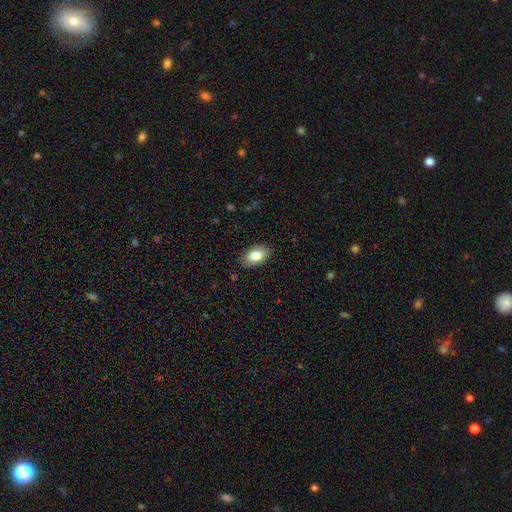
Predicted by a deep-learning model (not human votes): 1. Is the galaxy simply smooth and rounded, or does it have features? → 80% smooth, 13% featured or disk, 8% star or artifact.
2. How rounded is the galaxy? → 90% in between, 8% round, 2% cigar-shaped.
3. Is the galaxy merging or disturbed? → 88% none, 9% minor disturbance, 2% major disturbance, 1% merger.